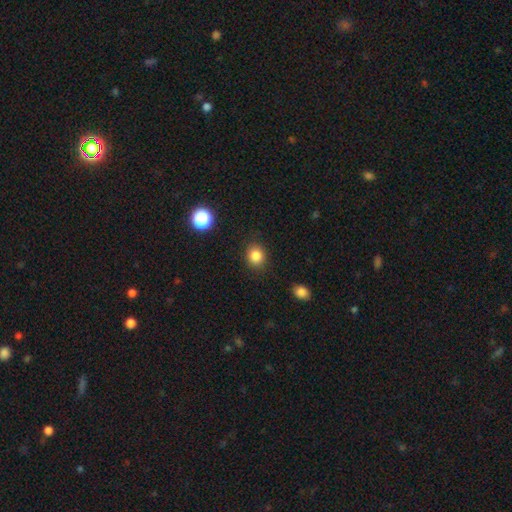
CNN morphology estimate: The model was most divided on "how rounded": round: 76%, in between: 23%, cigar-shaped: 1%. More confident: merging — none (88%); smooth or featured — smooth (84%).